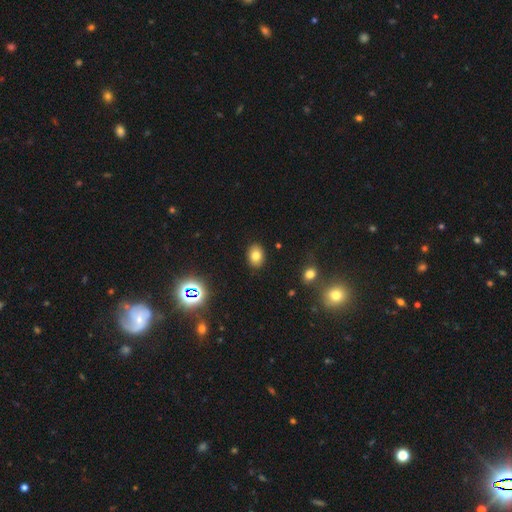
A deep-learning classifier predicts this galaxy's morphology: Q: Smooth or featured?
A: smooth (79%); runner-up: star or artifact (13%)
Q: How rounded?
A: in between (70%); runner-up: round (28%)
Q: Merging?
A: none (88%); runner-up: minor disturbance (8%)